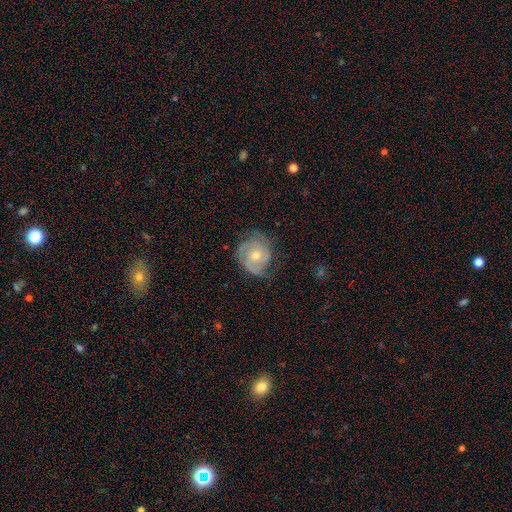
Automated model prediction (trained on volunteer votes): This appears to be a featured or disk galaxy (78%) with no bar (79%), 3 (33%) tight (62%) spiral arms (93%) and a moderate central bulge (54%). Merging: none (68%).